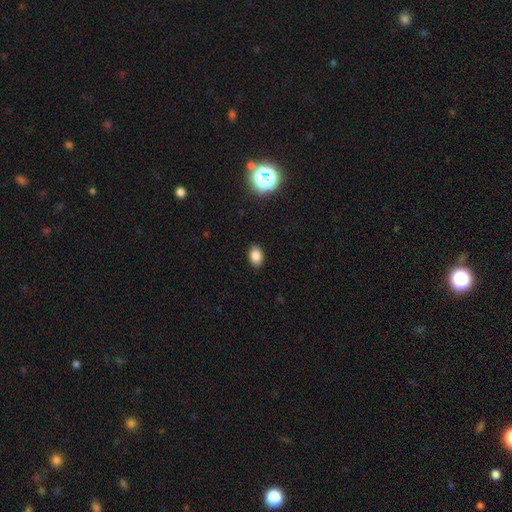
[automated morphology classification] smooth 84%, star or artifact 11%, featured or disk 5%. Down the decision tree: how rounded — in between (79%); merging — none (89%).